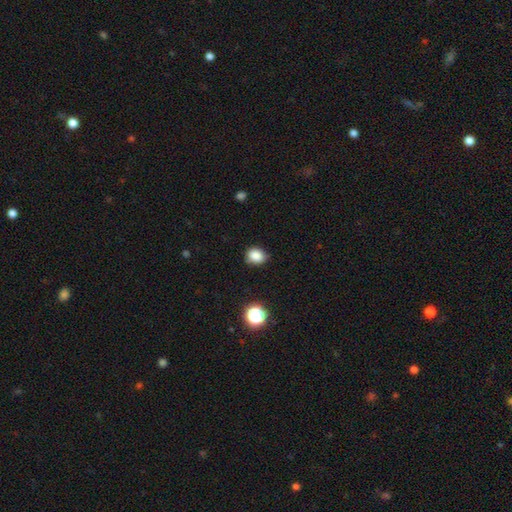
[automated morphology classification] Smooth or featured?
  - smooth: 84% *
  - star or artifact: 11%
  - featured or disk: 4%
How rounded?
  - round: 58% *
  - in between: 41%
  - cigar-shaped: 1%
Merging?
  - none: 75% *
  - minor disturbance: 19%
  - major disturbance: 4%
  - merger: 2%